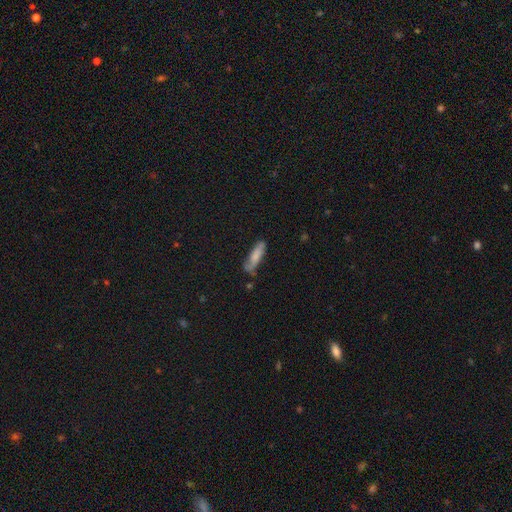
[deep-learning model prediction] smooth_or_featured: smooth (p=0.70) [alt: featured or disk p=0.23]
how_rounded: cigar-shaped (p=0.63) [alt: in between p=0.35]
merging: none (p=0.64) [alt: minor disturbance p=0.25]